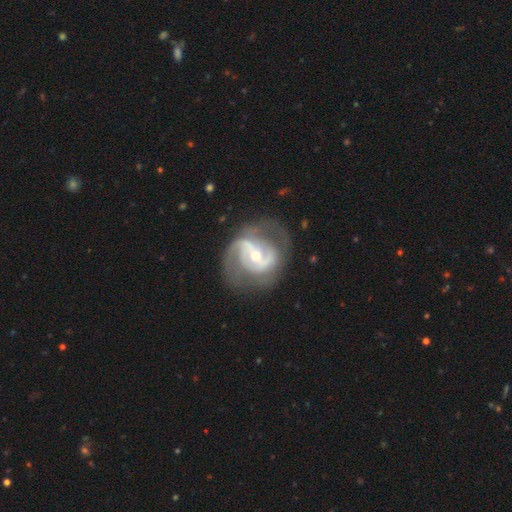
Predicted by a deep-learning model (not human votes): A featured or disk galaxy (86%) with a weak bar (40%), 2 (73%) medium (50%) spiral arms (93%) and a small central bulge (53%).

Vote fractions:
- Smooth or featured? featured or disk: 86% / smooth: 9% / star or artifact: 5%
- Edge-on disk? no: 97% / yes: 3%
- Bar? weak: 40% / no: 30% / strong: 30%
- Spiral arms? yes: 93% / no: 7%
- Spiral winding? medium: 50% / tight: 29% / loose: 21%
- Spiral arm count? 2: 73% / can't tell: 11% / 3: 8% / 1: 4% / 4: 2% / more than 4: 2%
- Bulge size? small: 53% / moderate: 43% / large: 2% / none: 1% / dominant: 1%
- Merging? none: 64% / minor disturbance: 19% / major disturbance: 15% / merger: 2%